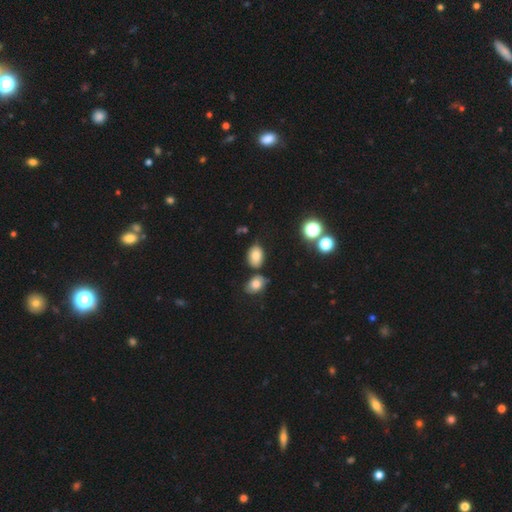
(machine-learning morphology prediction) smooth-or-featured: smooth: 79% | star or artifact: 12% | featured or disk: 9%
  how-rounded: in between: 83% | round: 16% | cigar-shaped: 1%
  merging: none: 69% | minor disturbance: 16% | merger: 11% | major disturbance: 4%